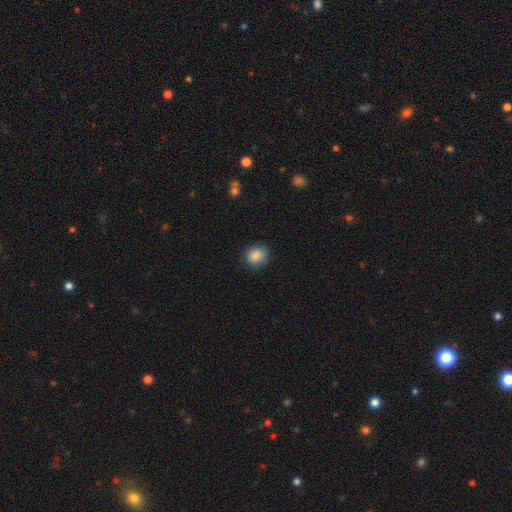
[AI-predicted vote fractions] Smooth or featured?
  - smooth: 88% *
  - star or artifact: 8%
  - featured or disk: 4%
How rounded?
  - round: 75% *
  - in between: 24%
  - cigar-shaped: 1%
Merging?
  - none: 83% *
  - minor disturbance: 13%
  - major disturbance: 3%
  - merger: 1%